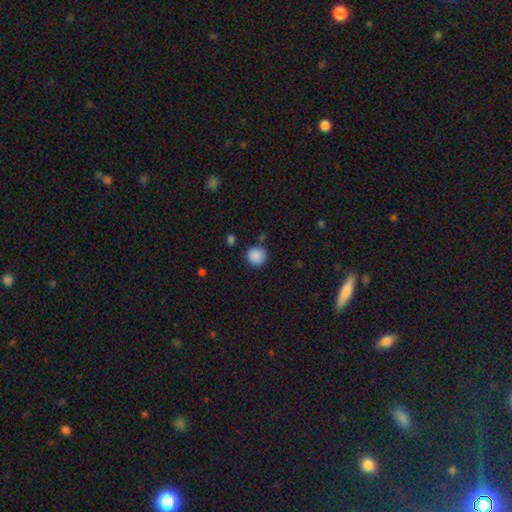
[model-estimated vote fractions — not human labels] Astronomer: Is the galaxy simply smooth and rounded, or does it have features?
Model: smooth — 88%.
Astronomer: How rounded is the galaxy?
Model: round — 92%.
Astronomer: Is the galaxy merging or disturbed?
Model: none — 84%.